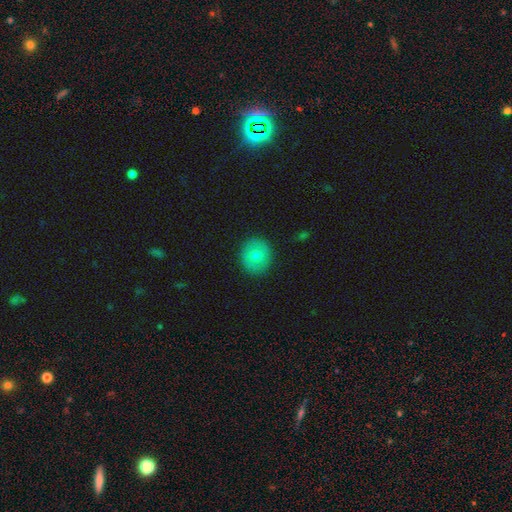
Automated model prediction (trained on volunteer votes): smooth_or_featured: smooth (p=0.72) [alt: featured or disk p=0.19]
how_rounded: round (p=0.81) [alt: in between p=0.18]
merging: none (p=0.89) [alt: minor disturbance p=0.08]